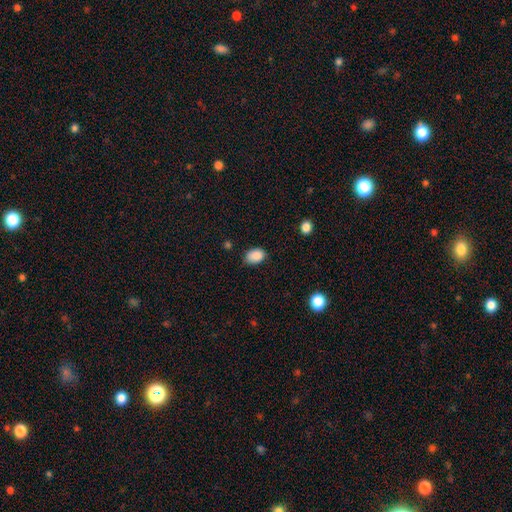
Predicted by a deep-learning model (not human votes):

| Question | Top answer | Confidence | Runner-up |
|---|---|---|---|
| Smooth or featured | smooth | 89% | star or artifact (8%) |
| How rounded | in between | 81% | round (18%) |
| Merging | none | 76% | minor disturbance (19%) |